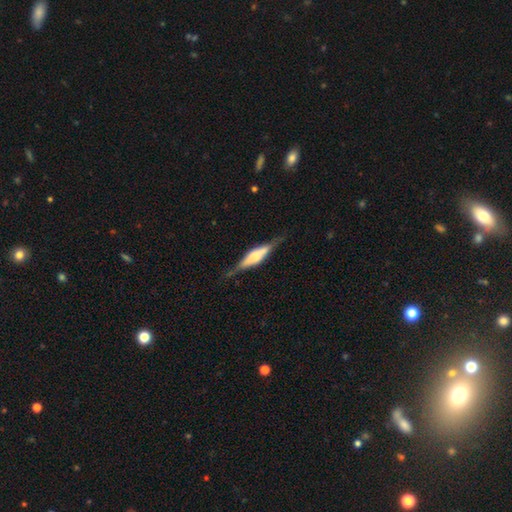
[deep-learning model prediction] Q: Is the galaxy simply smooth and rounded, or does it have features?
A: featured or disk — 64%.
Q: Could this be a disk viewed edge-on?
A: yes — 96%.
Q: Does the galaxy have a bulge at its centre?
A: boxy — 48%.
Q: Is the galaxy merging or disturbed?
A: none — 79%.